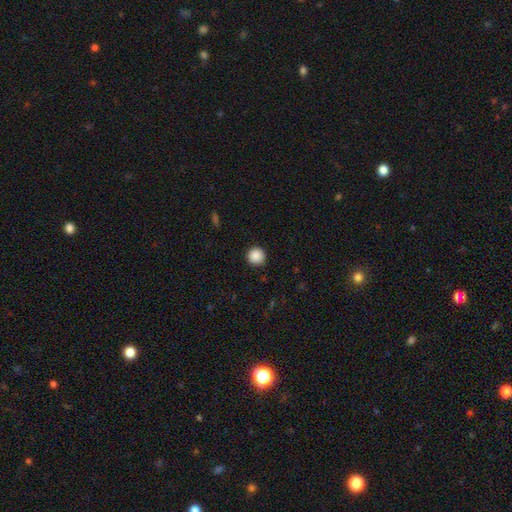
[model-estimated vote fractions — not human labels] smooth_or_featured: smooth (p=0.88) [alt: star or artifact p=0.09]
how_rounded: round (p=0.95) [alt: in between p=0.04]
merging: none (p=0.91) [alt: minor disturbance p=0.06]